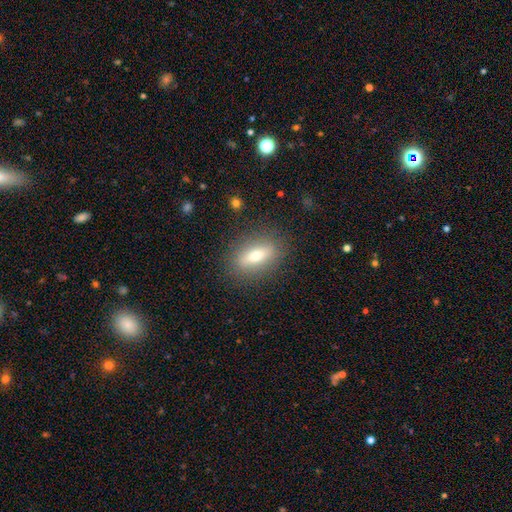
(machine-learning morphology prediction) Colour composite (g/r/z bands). It shows a smooth galaxy with no disk features (64%) that is in between round and cigar-shaped (66%). Merging: none (86%).